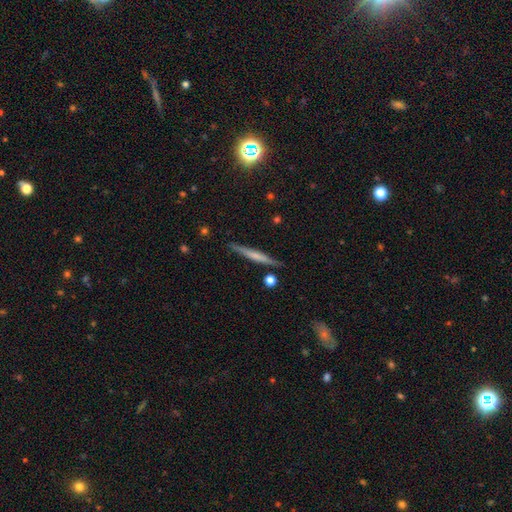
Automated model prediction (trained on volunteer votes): A featured or disk galaxy (48%).

Vote fractions:
- Smooth or featured? featured or disk: 48% / smooth: 45% / star or artifact: 6%
- Merging? none: 87% / minor disturbance: 9% / merger: 2% / major disturbance: 2%